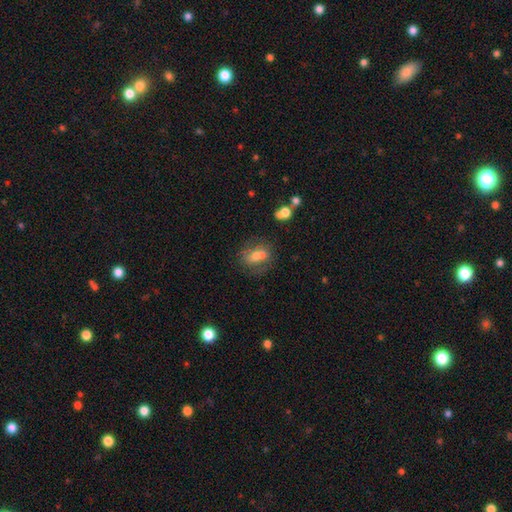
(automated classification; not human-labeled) The model was most divided on "smooth or featured": smooth: 52%, featured or disk: 34%, star or artifact: 15%. Remaining: how rounded — in between (60%); merging — none (47%).